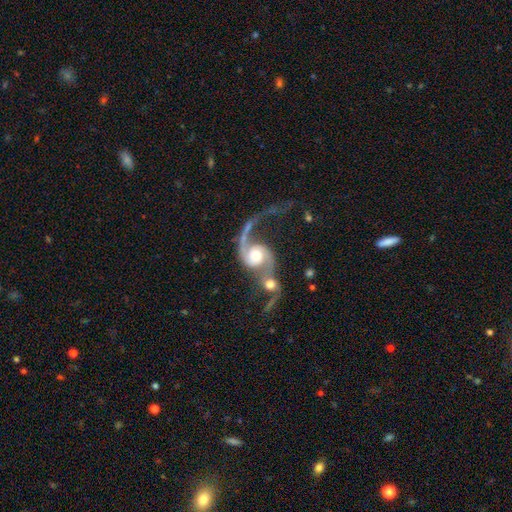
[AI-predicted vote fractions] Smooth or featured: featured or disk — 87% (smooth — 8%)
Edge-on disk: no — 97% (yes — 3%)
Bar: no — 61% (weak — 29%)
Spiral arms: yes — 96% (no — 4%)
Spiral winding: loose — 67% (medium — 26%)
Spiral arm count: 2 — 85% (1 — 9%)
Bulge size: moderate — 62% (large — 18%)
Merging: merger — 59% (none — 20%)